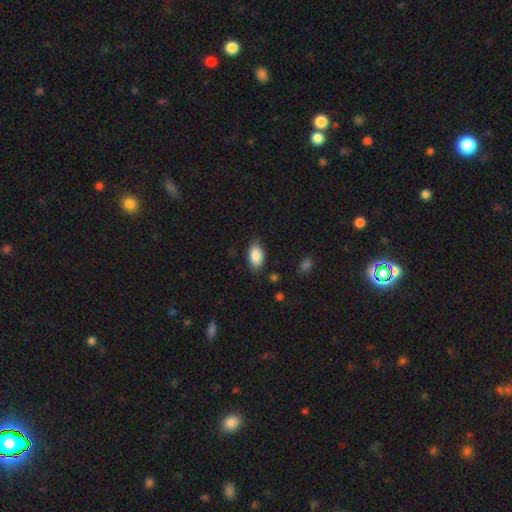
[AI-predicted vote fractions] Smooth or featured? Predicted: smooth (p=0.87). How rounded? Predicted: in between (p=0.91). Merging? Predicted: none (p=0.80).